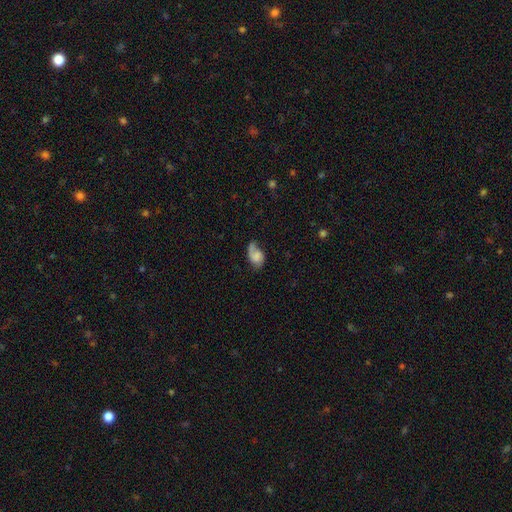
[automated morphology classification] A featured or disk galaxy (49%).

Vote fractions:
- Smooth or featured? featured or disk: 49% / smooth: 42% / star or artifact: 9%
- Merging? none: 42% / minor disturbance: 29% / major disturbance: 25% / merger: 5%